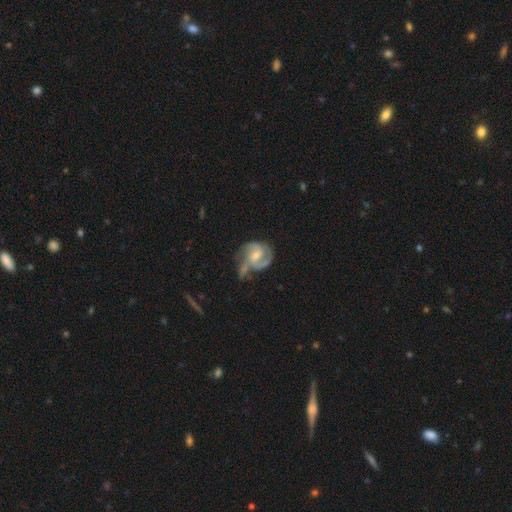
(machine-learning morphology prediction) type=featured or disk (84%); edge-on=no (98%); bar=weak (45%, tied with no); spiral arms=yes (95%); winding=medium (48%); arm count=2 (49%); bulge=moderate (50%); merging=none (41%).